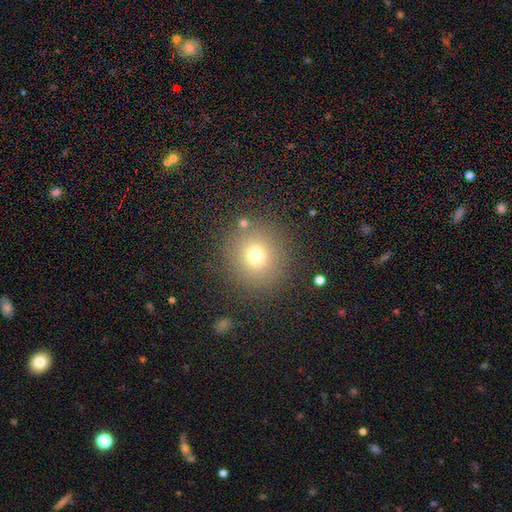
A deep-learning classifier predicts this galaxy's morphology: smooth 72%, star or artifact 17%, featured or disk 11%. Down the decision tree: how rounded — round (91%); merging — none (86%).